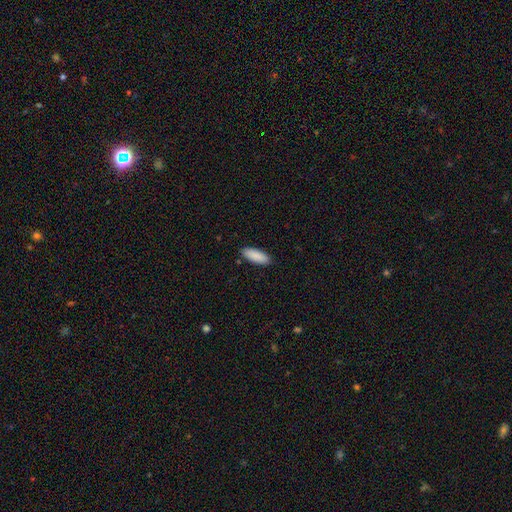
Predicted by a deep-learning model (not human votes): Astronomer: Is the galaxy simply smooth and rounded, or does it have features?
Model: smooth — 90%.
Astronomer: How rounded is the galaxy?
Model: in between — 70%.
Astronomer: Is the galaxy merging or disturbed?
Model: none — 89%.